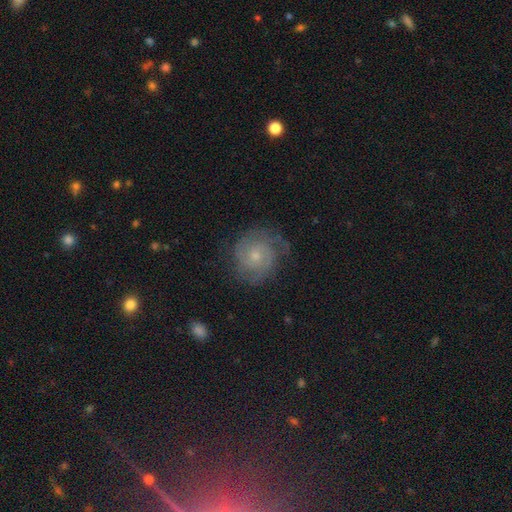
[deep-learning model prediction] The model was most divided on "spiral arm count": 2: 46%, can't tell: 26%, 3: 15%, 1: 5%, 4: 4%, more than 4: 4%. More confident: edge-on disk — no (98%); spiral arms — yes (93%); bar — no (77%); smooth or featured — featured or disk (74%); merging — none (70%); spiral winding — tight (61%); bulge size — small (60%).